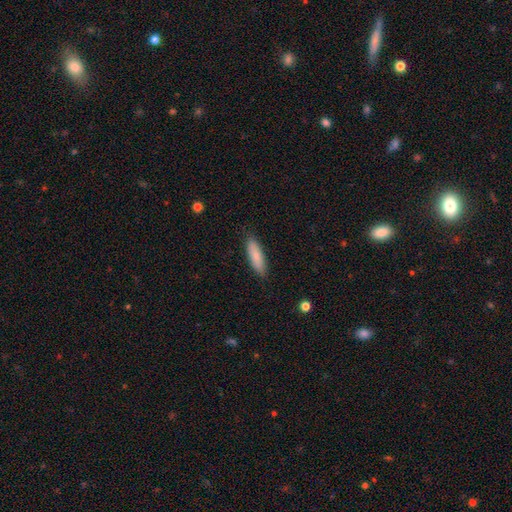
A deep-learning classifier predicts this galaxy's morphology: Smooth or featured? Predicted: smooth (p=0.83). How rounded? Predicted: cigar-shaped (p=0.61). Merging? Predicted: none (p=0.88).